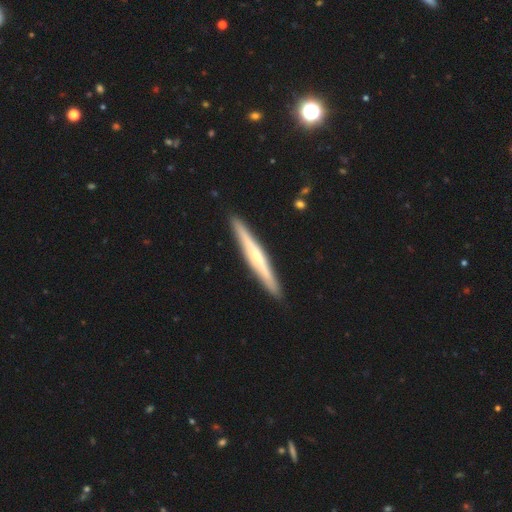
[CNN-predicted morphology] A featured or disk galaxy (65%) viewed edge-on (97%) with a rounded central bulge (63%).

Vote fractions:
- Smooth or featured? featured or disk: 65% / smooth: 30% / star or artifact: 5%
- Edge-on disk? yes: 97% / no: 3%
- Edge-on bulge? rounded: 63% / none: 28% / boxy: 8%
- Merging? none: 92% / minor disturbance: 6% / major disturbance: 1% / merger: 1%